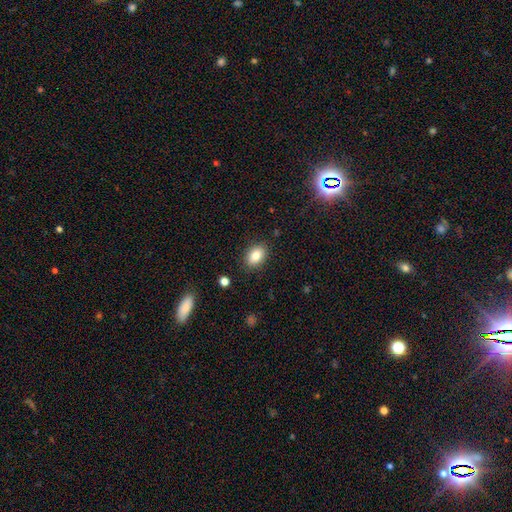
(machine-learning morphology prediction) smooth-or-featured: smooth: 85% | star or artifact: 9% | featured or disk: 7%
  how-rounded: in between: 79% | round: 20% | cigar-shaped: 1%
  merging: none: 86% | minor disturbance: 10% | major disturbance: 3% | merger: 1%